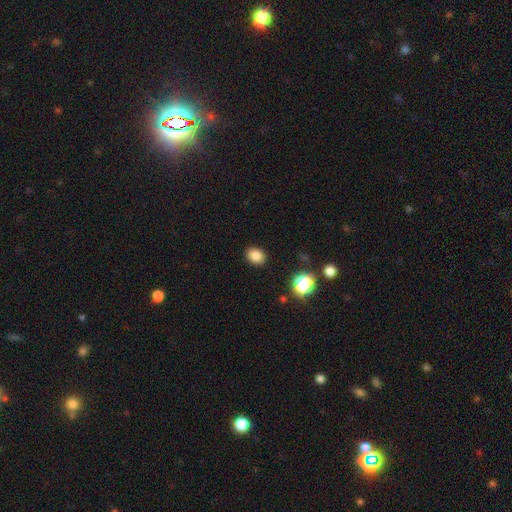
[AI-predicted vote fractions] Smooth or featured? Predicted: smooth (p=0.83). How rounded? Predicted: in between (p=0.61). Merging? Predicted: none (p=0.89).